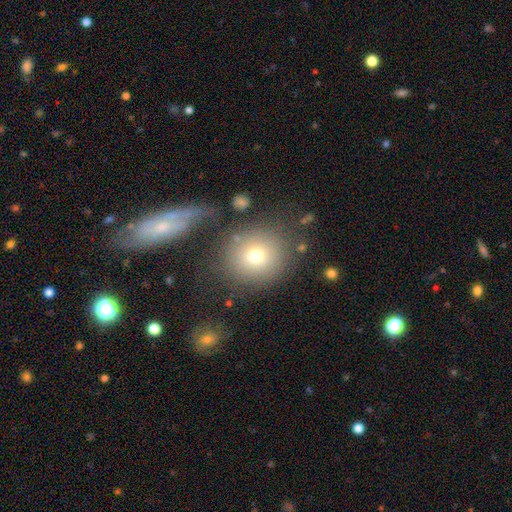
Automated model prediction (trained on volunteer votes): Q: Smooth or featured?
A: smooth (71%); runner-up: featured or disk (17%)
Q: How rounded?
A: round (87%); runner-up: in between (12%)
Q: Merging?
A: none (68%); runner-up: minor disturbance (12%)